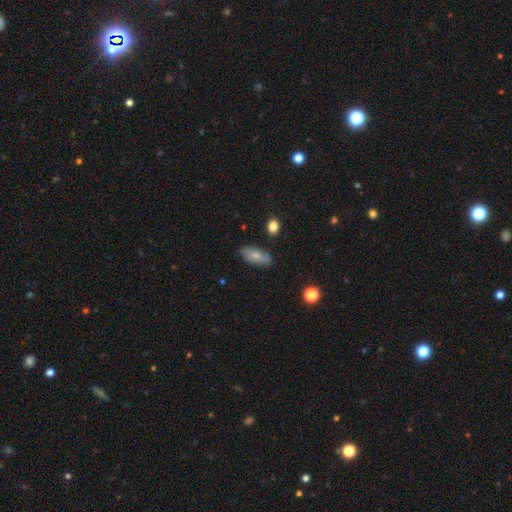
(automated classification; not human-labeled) The model was most divided on "smooth or featured": smooth: 74%, featured or disk: 19%, star or artifact: 7%. More confident: how rounded — in between (84%); merging — none (79%).